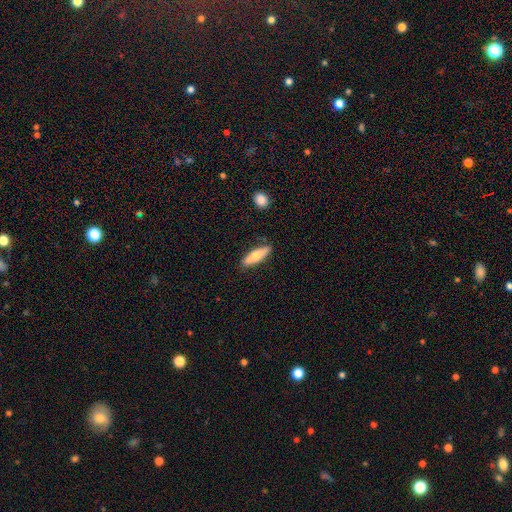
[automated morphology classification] type=smooth (67%); roundness=cigar-shaped (62%); merging=none (84%).